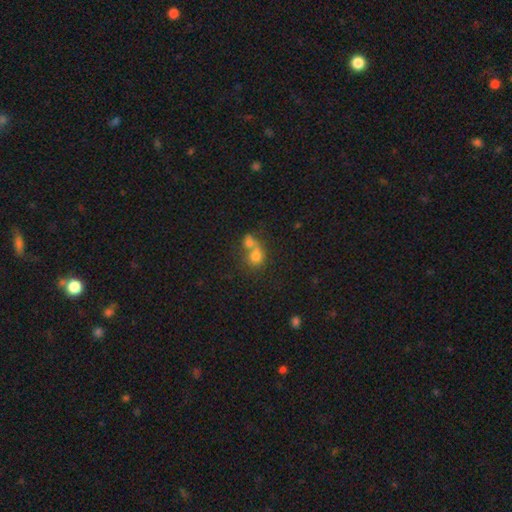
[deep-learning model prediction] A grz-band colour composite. It shows a smooth galaxy with no disk features (71%) that is round (68%). Merging: merger (69%).